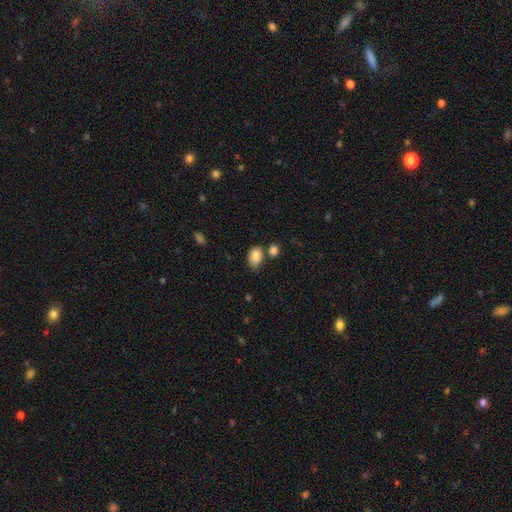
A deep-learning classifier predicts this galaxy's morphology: The model was most divided on "merging": none: 56%, minor disturbance: 22%, merger: 17%, major disturbance: 5%. More confident: smooth or featured — smooth (83%); how rounded — in between (79%).